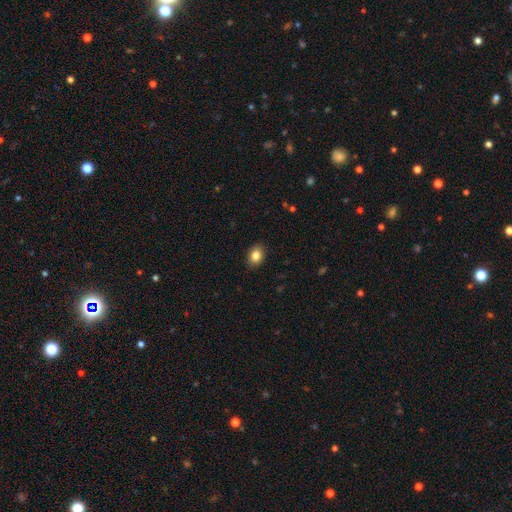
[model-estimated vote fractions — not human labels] This is clearly a smooth galaxy (84%). How rounded: likely in between (66%). Merging: clearly none (89%).